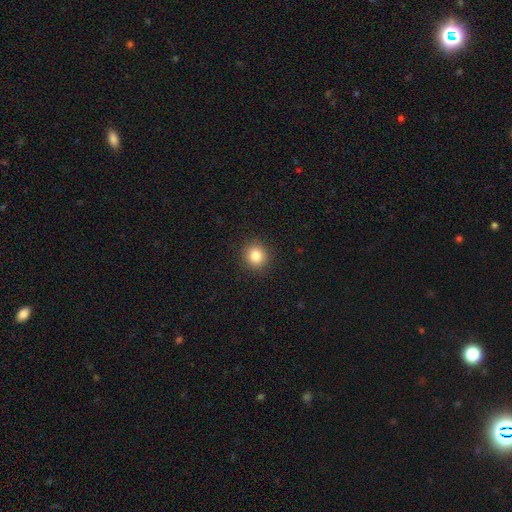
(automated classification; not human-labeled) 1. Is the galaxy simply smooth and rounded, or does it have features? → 84% smooth, 11% star or artifact, 5% featured or disk.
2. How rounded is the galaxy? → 88% round, 11% in between, 1% cigar-shaped.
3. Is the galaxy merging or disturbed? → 92% none, 5% minor disturbance, 2% major disturbance, 1% merger.